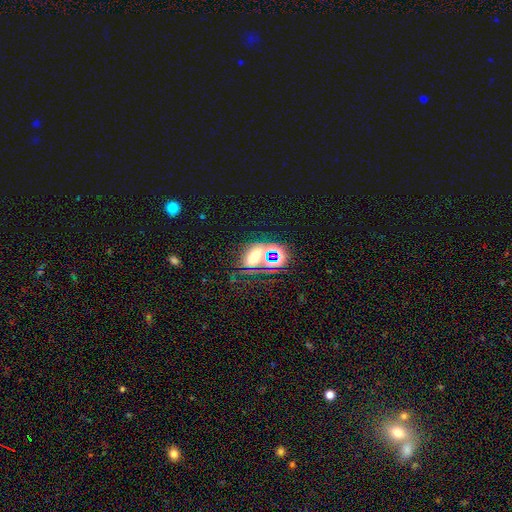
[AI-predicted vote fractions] smooth-or-featured: star or artifact: 47% | smooth: 33% | featured or disk: 20%